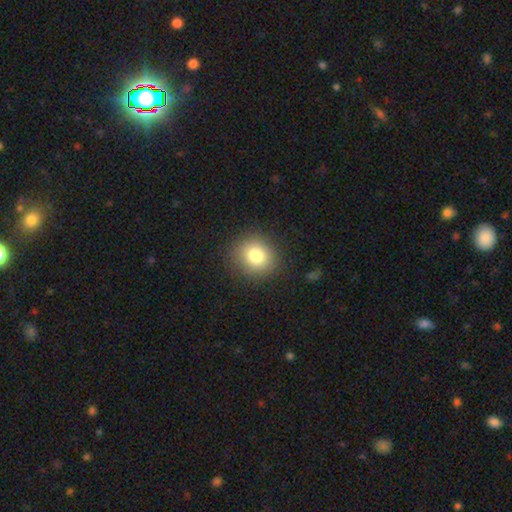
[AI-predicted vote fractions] Q: Smooth or featured?
A: smooth (80%); runner-up: star or artifact (11%)
Q: How rounded?
A: round (82%); runner-up: in between (17%)
Q: Merging?
A: none (87%); runner-up: minor disturbance (8%)